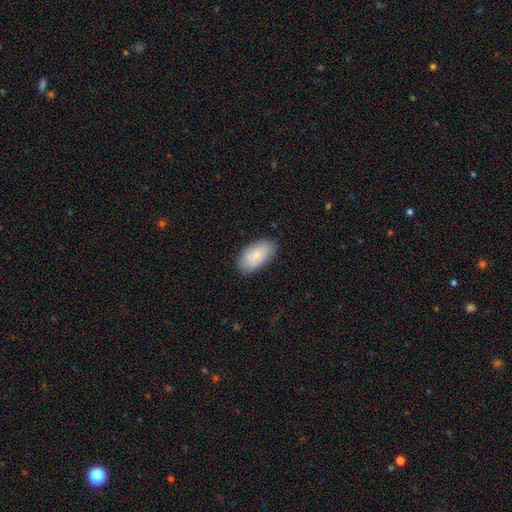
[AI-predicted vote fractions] Q: Smooth or featured?
A: smooth (77%); runner-up: featured or disk (16%)
Q: How rounded?
A: in between (94%); runner-up: round (3%)
Q: Merging?
A: none (82%); runner-up: minor disturbance (14%)